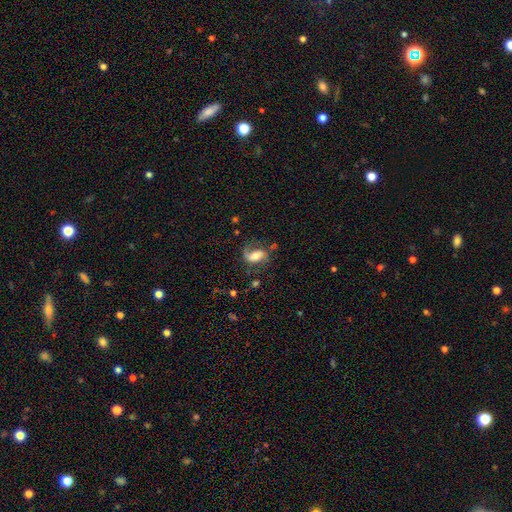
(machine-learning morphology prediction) Smooth or featured? Predicted: featured or disk (p=0.66). Edge-on disk? Predicted: no (p=0.95). Bar? Predicted: no (p=0.38). Spiral arms? Predicted: yes (p=0.89). Spiral winding? Predicted: loose (p=0.48). Spiral arm count? Predicted: 2 (p=0.65). Bulge size? Predicted: moderate (p=0.56). Merging? Predicted: none (p=0.57).